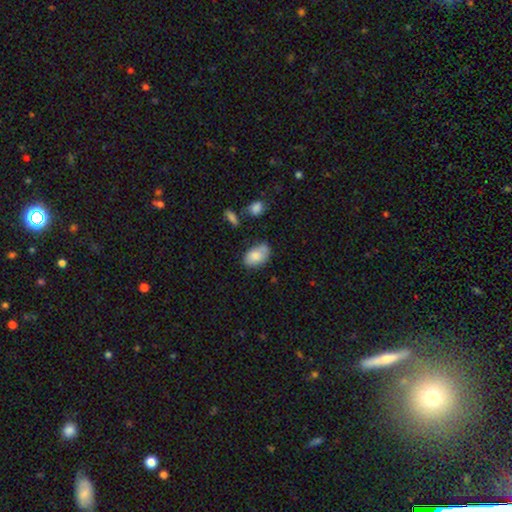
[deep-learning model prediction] Smooth or featured: smooth — 81% (featured or disk — 12%)
How rounded: in between — 91% (round — 8%)
Merging: none — 60% (minor disturbance — 27%)